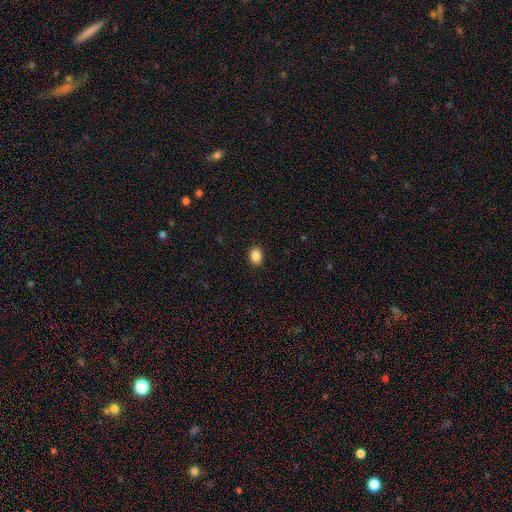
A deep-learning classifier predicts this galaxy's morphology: The model was most divided on "how rounded": in between: 64%, round: 35%, cigar-shaped: 1%. More confident: merging — none (90%); smooth or featured — smooth (88%).